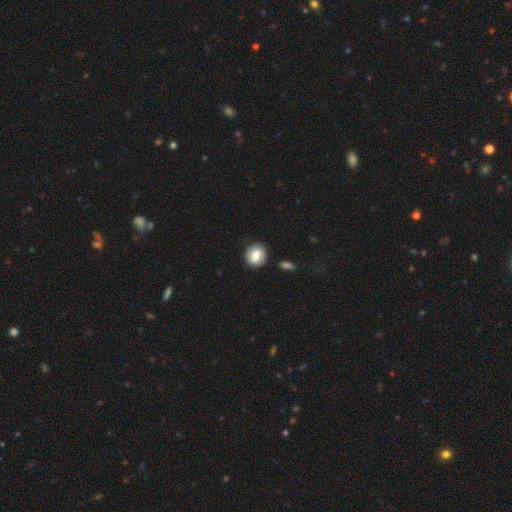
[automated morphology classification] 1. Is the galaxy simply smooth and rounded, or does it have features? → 67% smooth, 25% featured or disk, 8% star or artifact.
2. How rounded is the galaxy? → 69% round, 30% in between, 1% cigar-shaped.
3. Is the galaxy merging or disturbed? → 82% none, 11% minor disturbance, 3% major disturbance, 3% merger.